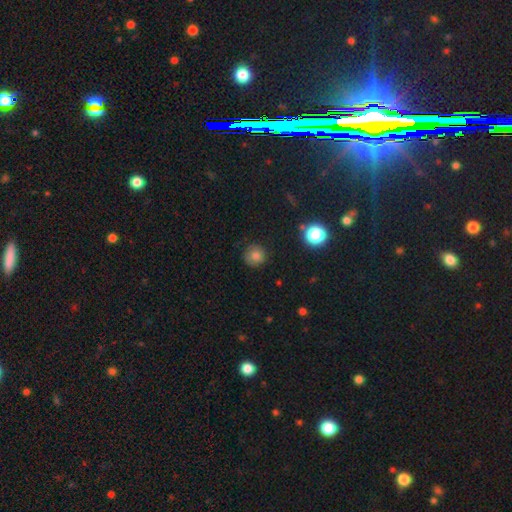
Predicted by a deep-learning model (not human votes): Smooth or featured? Predicted: smooth (p=0.76). How rounded? Predicted: round (p=0.92). Merging? Predicted: none (p=0.82).